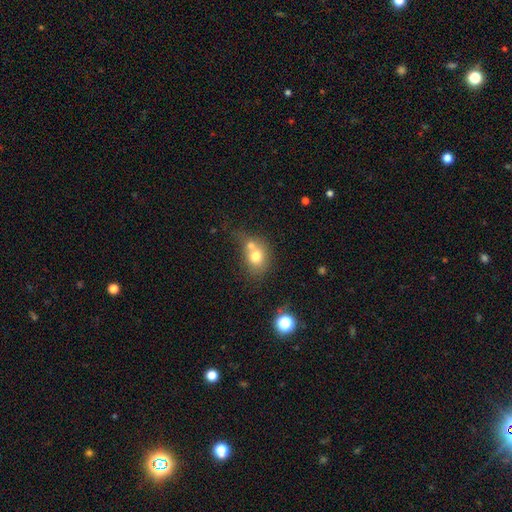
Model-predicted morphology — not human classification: The model was most divided on "how rounded": round: 57%, in between: 42%, cigar-shaped: 1%. More confident: smooth or featured — smooth (71%); merging — merger (52%).